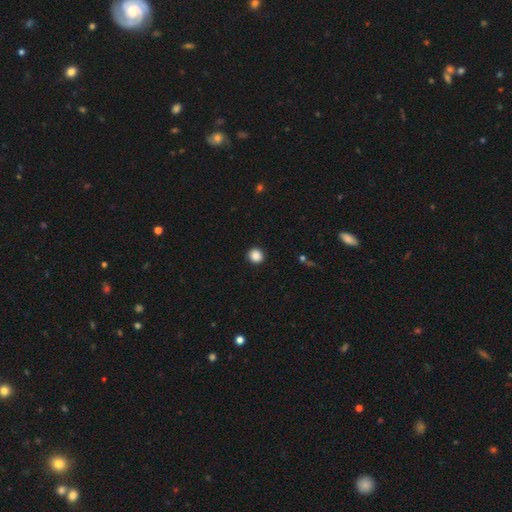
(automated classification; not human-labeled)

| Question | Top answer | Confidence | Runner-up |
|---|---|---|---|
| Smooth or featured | smooth | 88% | star or artifact (10%) |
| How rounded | round | 93% | in between (6%) |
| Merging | none | 93% | minor disturbance (5%) |